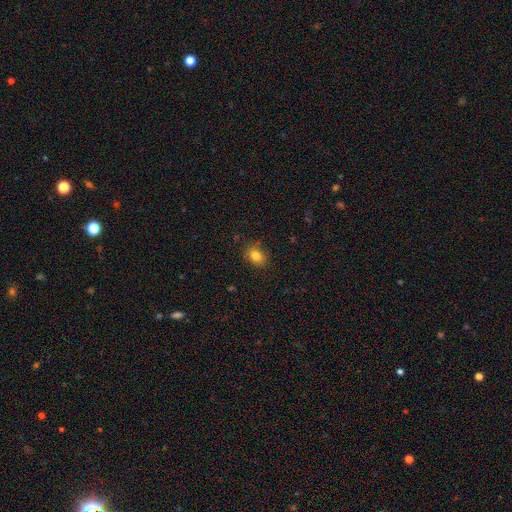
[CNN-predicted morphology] type=smooth (82%); roundness=in between (66%); merging=none (86%).